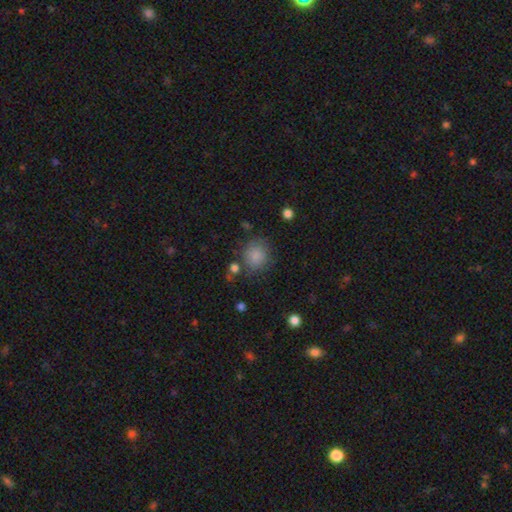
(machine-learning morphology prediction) A smooth galaxy with no disk features (84%) that is round (78%). Merging: none (74%).